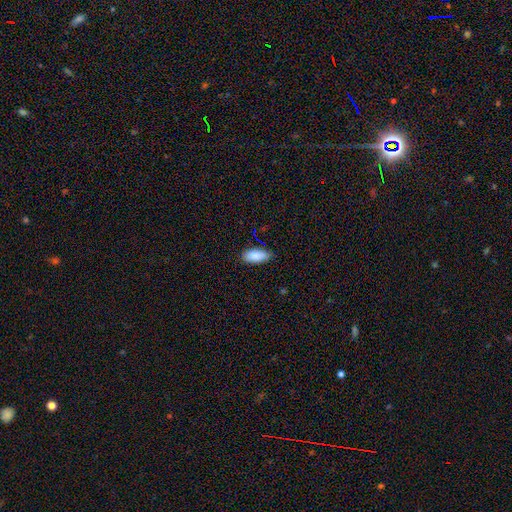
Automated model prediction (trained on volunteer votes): Q: Smooth or featured?
A: smooth (89%); runner-up: star or artifact (6%)
Q: How rounded?
A: in between (89%); runner-up: cigar-shaped (9%)
Q: Merging?
A: none (80%); runner-up: minor disturbance (17%)